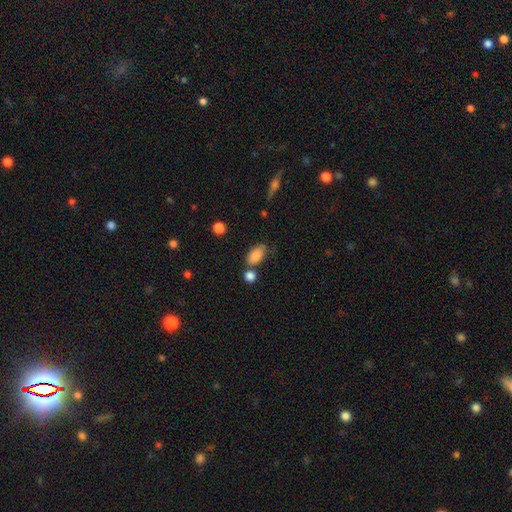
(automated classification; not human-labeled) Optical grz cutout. It shows a smooth galaxy with no disk features (84%) that is in between round and cigar-shaped (91%). Merging: none (59%).